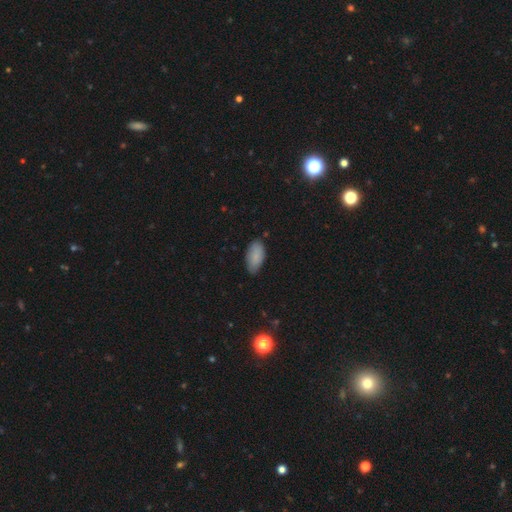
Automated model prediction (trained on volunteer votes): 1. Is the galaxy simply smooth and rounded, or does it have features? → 86% smooth, 7% featured or disk, 7% star or artifact.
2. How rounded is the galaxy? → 94% in between, 4% cigar-shaped, 2% round.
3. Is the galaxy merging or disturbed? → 77% none, 19% minor disturbance, 3% major disturbance, 1% merger.